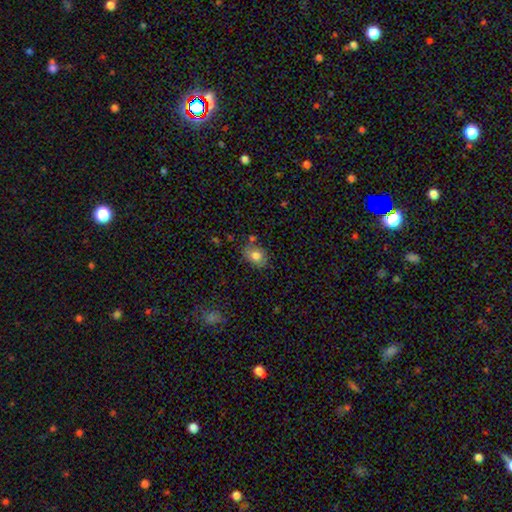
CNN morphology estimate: Overall: smooth (79%). How rounded: in between (65%; round 34%). Merging: none (69%).